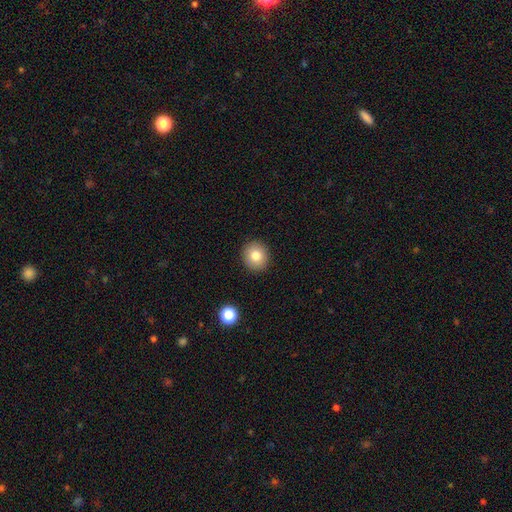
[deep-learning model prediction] This appears to be a smooth galaxy with no disk features (80%) that is round (83%). Merging: none (91%).